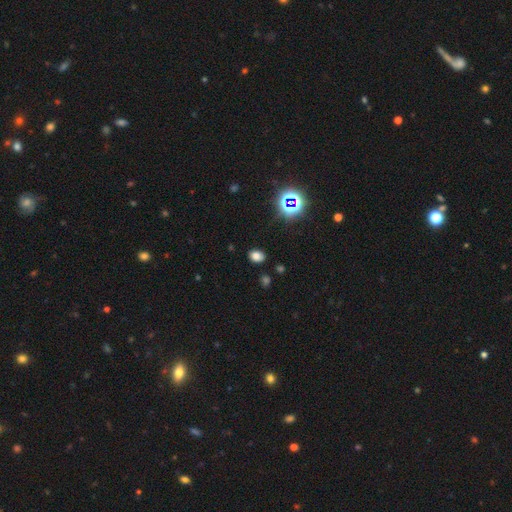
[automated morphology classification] A smooth galaxy with no disk features (73%) that is in between round and cigar-shaped (72%).

Vote fractions:
- Smooth or featured? smooth: 73% / star or artifact: 19% / featured or disk: 8%
- How rounded? in between: 72% / round: 27% / cigar-shaped: 1%
- Merging? none: 85% / minor disturbance: 10% / major disturbance: 3% / merger: 2%